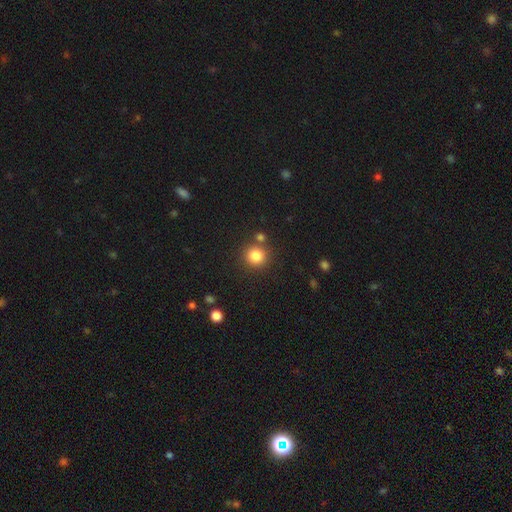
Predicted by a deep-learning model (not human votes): Smooth or featured? Predicted: smooth (p=0.83). How rounded? Predicted: round (p=0.91). Merging? Predicted: none (p=0.79).